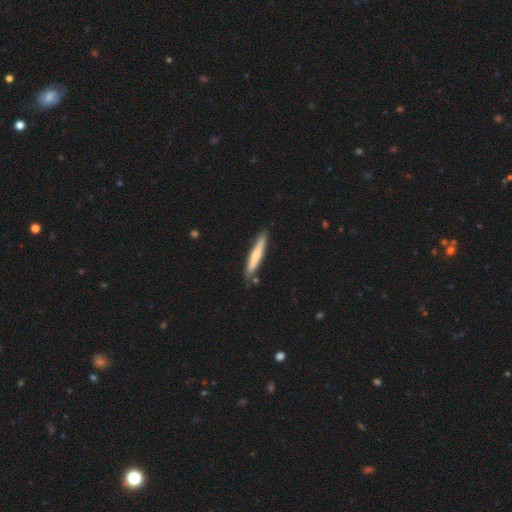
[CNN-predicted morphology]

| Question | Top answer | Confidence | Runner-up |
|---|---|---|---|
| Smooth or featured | smooth | 65% | featured or disk (30%) |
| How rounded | cigar-shaped | 94% | in between (5%) |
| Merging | none | 84% | minor disturbance (11%) |